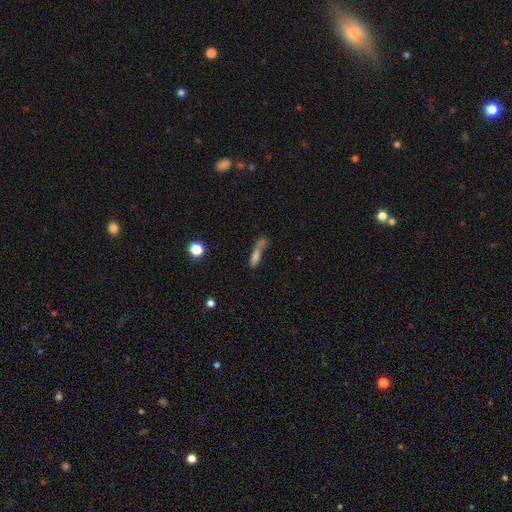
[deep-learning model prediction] Smooth or featured?
  - smooth: 61% *
  - featured or disk: 23%
  - star or artifact: 15%
How rounded?
  - cigar-shaped: 70% *
  - in between: 25%
  - round: 5%
Merging?
  - none: 39% *
  - merger: 29%
  - minor disturbance: 17%
  - major disturbance: 15%